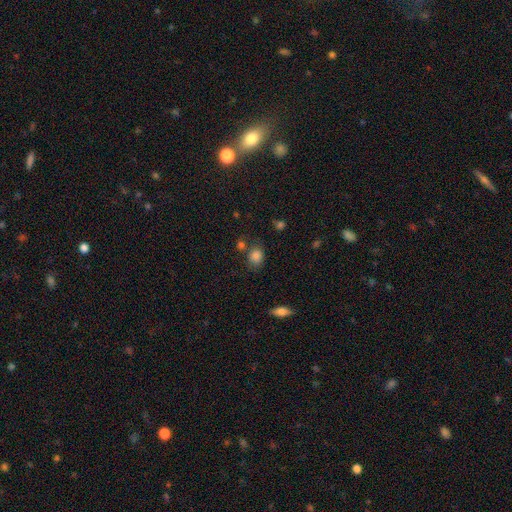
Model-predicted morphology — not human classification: A smooth galaxy with no disk features (83%) that is round (55%). Merging: none (68%).